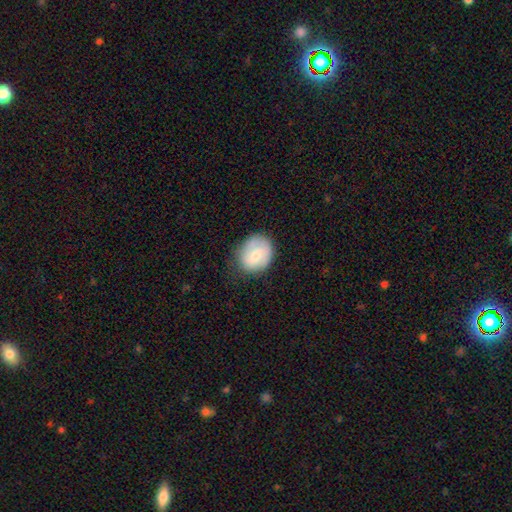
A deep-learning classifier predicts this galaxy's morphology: Smooth or featured? Predicted: smooth (p=0.63). How rounded? Predicted: round (p=0.62). Merging? Predicted: none (p=0.71).